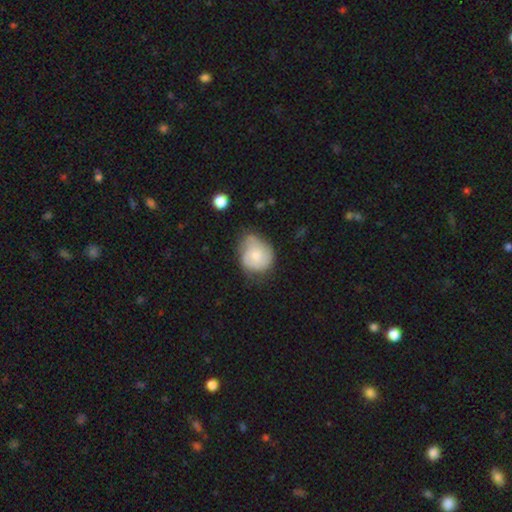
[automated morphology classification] This is possibly a smooth galaxy (55%). How rounded: likely round (66%). Merging: marginally none (41%).